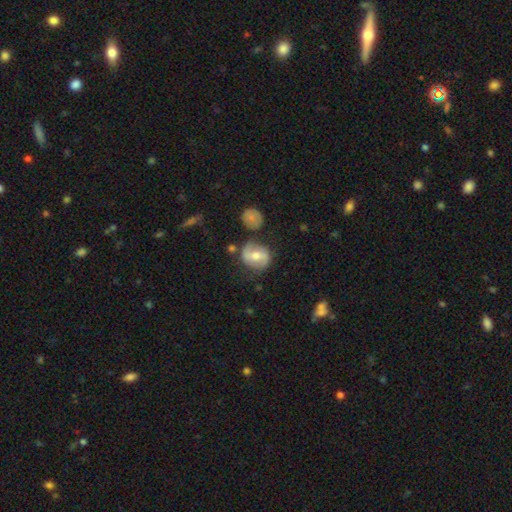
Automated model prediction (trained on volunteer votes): Smooth or featured? Predicted: featured or disk (p=0.65). Edge-on disk? Predicted: no (p=0.96). Bar? Predicted: weak (p=0.43). Spiral arms? Predicted: yes (p=0.85). Spiral winding? Predicted: medium (p=0.47). Spiral arm count? Predicted: 2 (p=0.87). Bulge size? Predicted: moderate (p=0.68). Merging? Predicted: none (p=0.69).